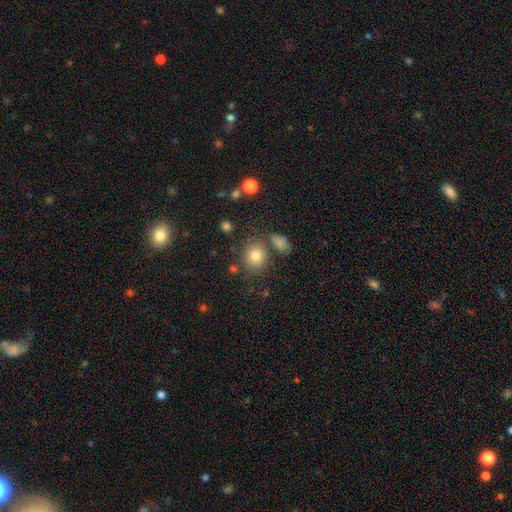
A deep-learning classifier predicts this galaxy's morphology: smooth 79%, star or artifact 12%, featured or disk 9%. Down the decision tree: how rounded — round (71%); merging — none (73%).